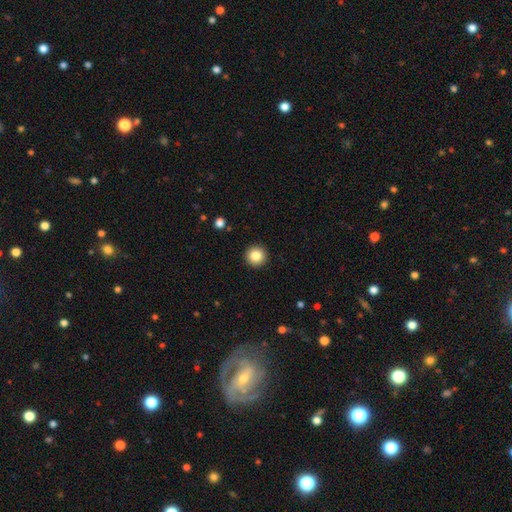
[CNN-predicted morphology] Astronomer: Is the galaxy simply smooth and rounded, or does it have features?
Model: smooth — 85%.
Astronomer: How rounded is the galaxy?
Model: round — 96%.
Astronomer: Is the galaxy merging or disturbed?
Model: none — 93%.